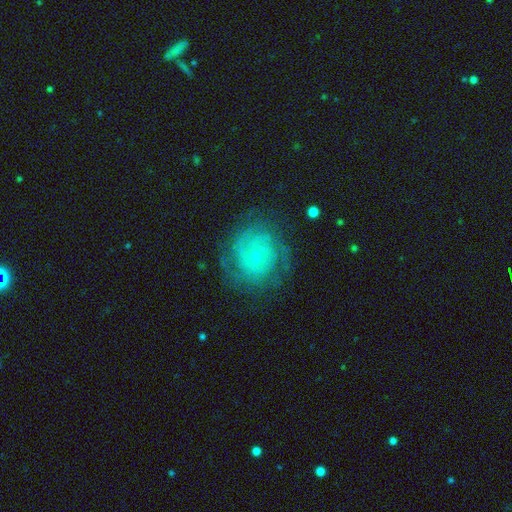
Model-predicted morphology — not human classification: Smooth or featured? featured or disk (73%)
Edge-on disk? no (98%)
Bar? no (79%)
Spiral arms? yes (91%)
Spiral winding? tight (67%)
Spiral arm count? can't tell (37%)
Bulge size? small (77%)
Merging? none (75%)